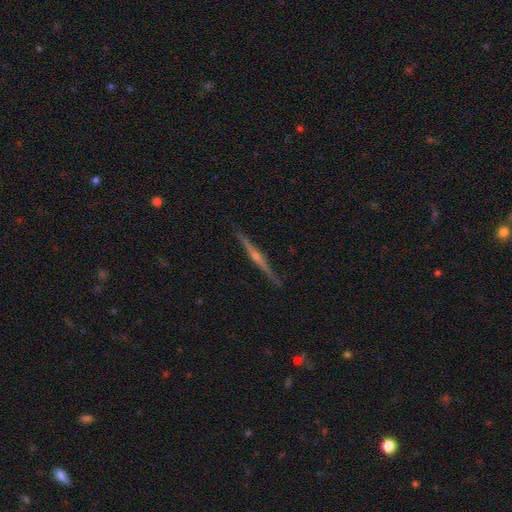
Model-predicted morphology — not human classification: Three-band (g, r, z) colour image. It shows a featured or disk galaxy (82%) viewed edge-on (98%) with a rounded central bulge (78%). Merging: none (92%).